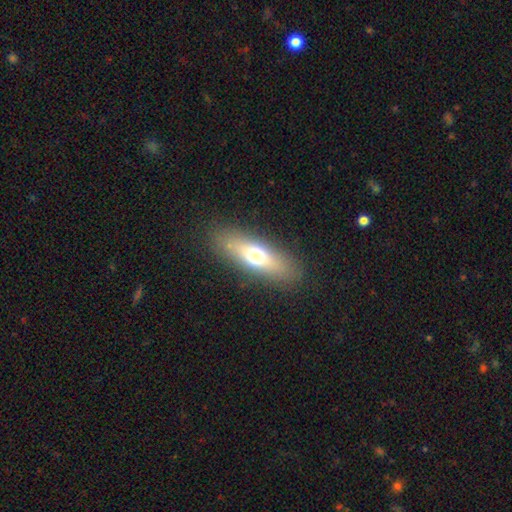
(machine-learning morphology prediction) smooth-or-featured: smooth: 60% | featured or disk: 30% | star or artifact: 10%
  how-rounded: in between: 55% | cigar-shaped: 40% | round: 5%
  merging: none: 85% | minor disturbance: 9% | major disturbance: 4% | merger: 1%